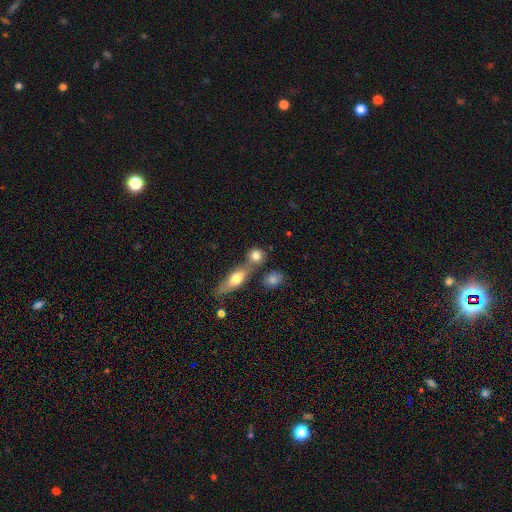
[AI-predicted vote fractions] Smooth or featured? smooth (78%)
How rounded? round (65%)
Merging? none (52%)